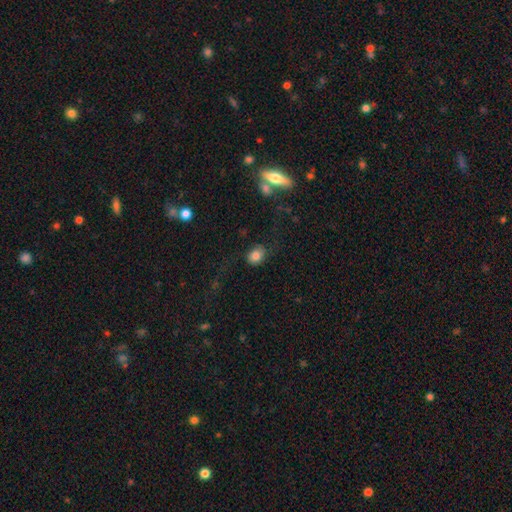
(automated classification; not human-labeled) Smooth or featured: smooth — 78% (featured or disk — 12%)
How rounded: in between — 55% (round — 43%)
Merging: none — 64% (minor disturbance — 19%)